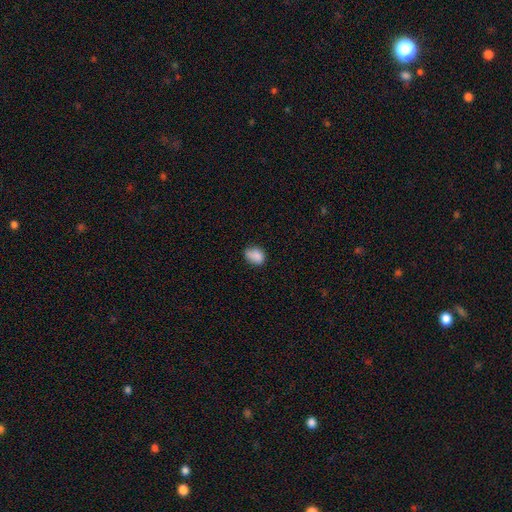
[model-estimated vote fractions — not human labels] Overall: smooth (84%). How rounded: in between (63%; round 36%). Merging: none (63%; minor disturbance 29%).